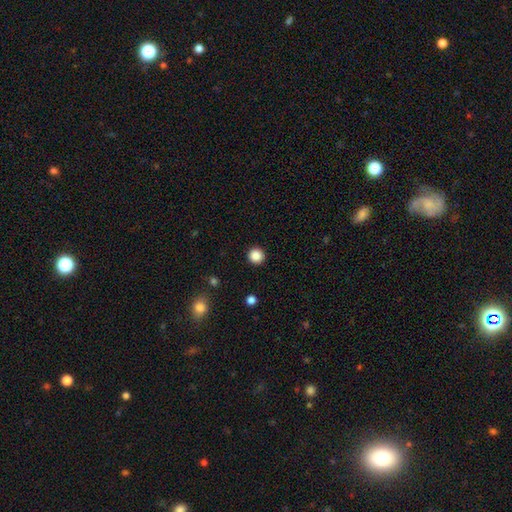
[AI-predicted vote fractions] smooth-or-featured: smooth: 87% | star or artifact: 10% | featured or disk: 3%
  how-rounded: round: 95% | in between: 4% | cigar-shaped: 1%
  merging: none: 93% | minor disturbance: 4% | major disturbance: 2% | merger: 1%